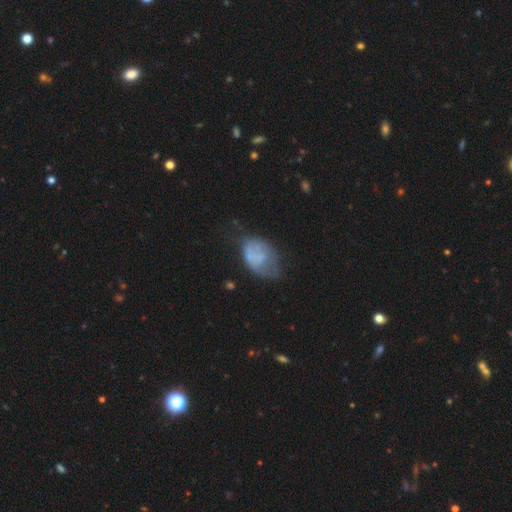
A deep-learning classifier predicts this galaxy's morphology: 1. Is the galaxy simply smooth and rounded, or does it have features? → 53% smooth, 37% featured or disk, 10% star or artifact.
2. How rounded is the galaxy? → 85% in between, 13% round, 1% cigar-shaped.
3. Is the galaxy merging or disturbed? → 35% minor disturbance, 32% none, 26% major disturbance, 7% merger.